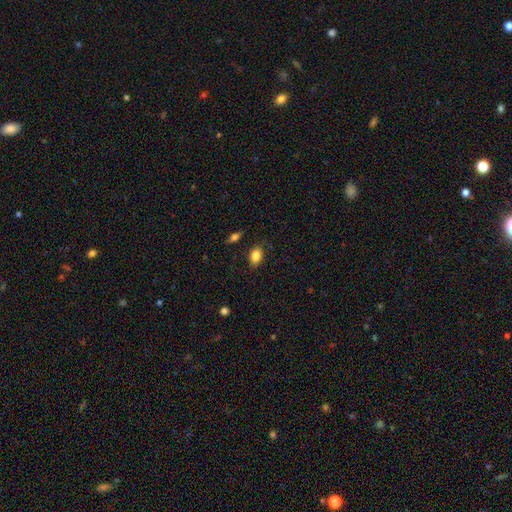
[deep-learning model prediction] Morphology: type=smooth (83%); roundness=in between (83%); merging=none (83%).